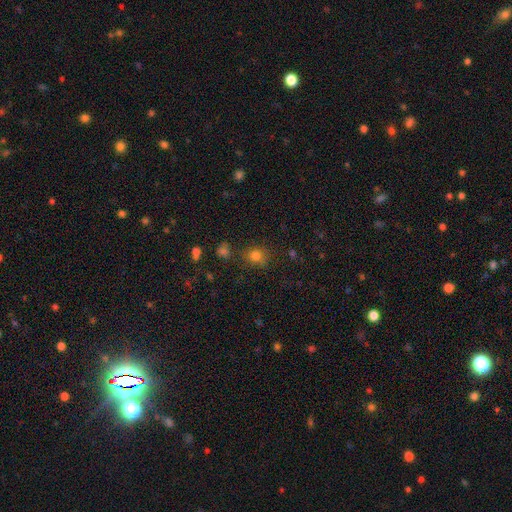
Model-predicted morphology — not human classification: smooth-or-featured: smooth: 77% | star or artifact: 17% | featured or disk: 6%
  how-rounded: round: 76% | in between: 23% | cigar-shaped: 1%
  merging: none: 76% | minor disturbance: 14% | merger: 5% | major disturbance: 5%